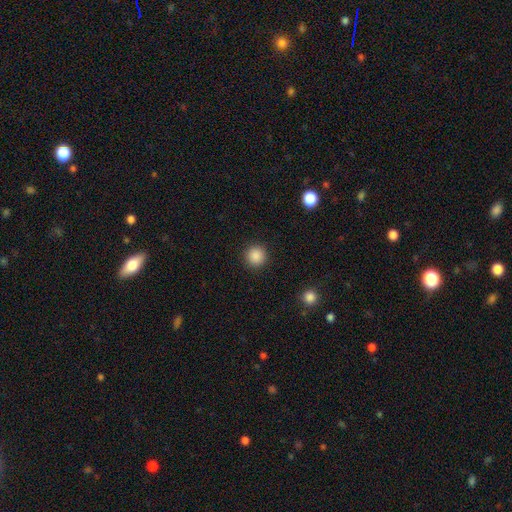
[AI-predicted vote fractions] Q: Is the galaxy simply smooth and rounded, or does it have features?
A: smooth — 87%.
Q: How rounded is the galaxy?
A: round — 95%.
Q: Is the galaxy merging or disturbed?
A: none — 92%.